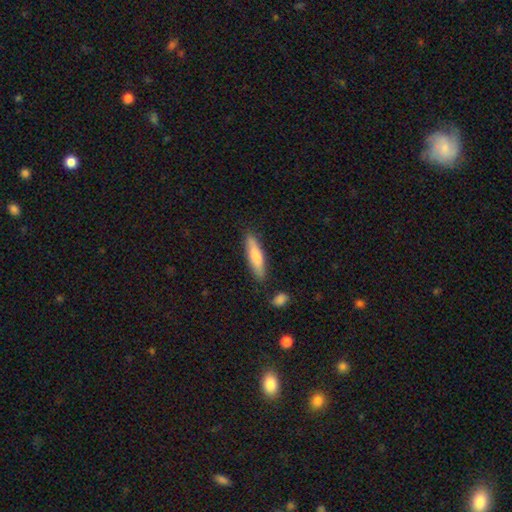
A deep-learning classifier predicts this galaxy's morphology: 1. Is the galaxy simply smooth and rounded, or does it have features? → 72% smooth, 22% featured or disk, 6% star or artifact.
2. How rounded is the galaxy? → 80% cigar-shaped, 19% in between, 1% round.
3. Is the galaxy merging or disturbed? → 85% none, 10% minor disturbance, 3% merger, 2% major disturbance.